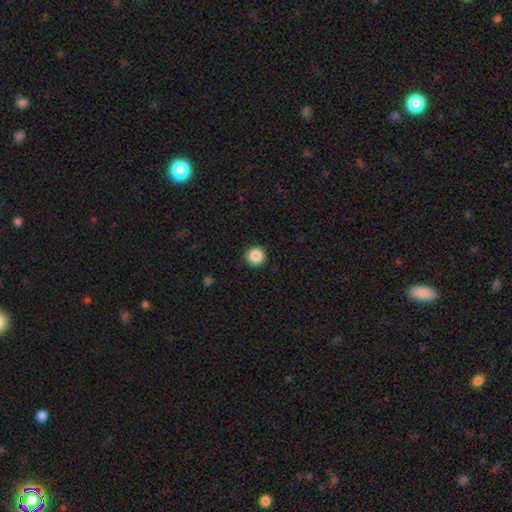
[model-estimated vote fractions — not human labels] Smooth or featured? Predicted: smooth (p=0.88). How rounded? Predicted: round (p=0.96). Merging? Predicted: none (p=0.93).